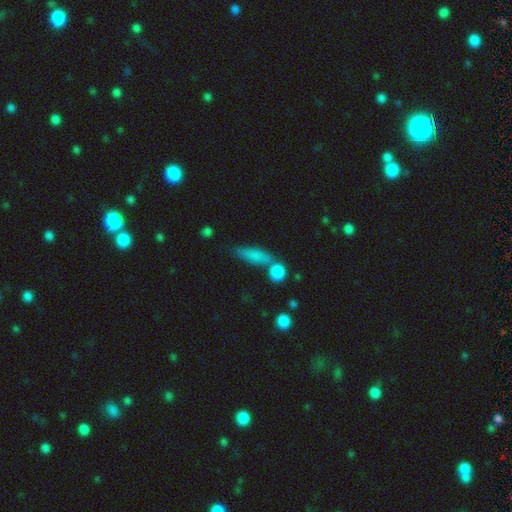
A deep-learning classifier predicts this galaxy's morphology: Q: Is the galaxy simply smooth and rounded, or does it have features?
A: smooth — 76%.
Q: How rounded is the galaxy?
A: cigar-shaped — 58%.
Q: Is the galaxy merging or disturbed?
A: none — 61%.